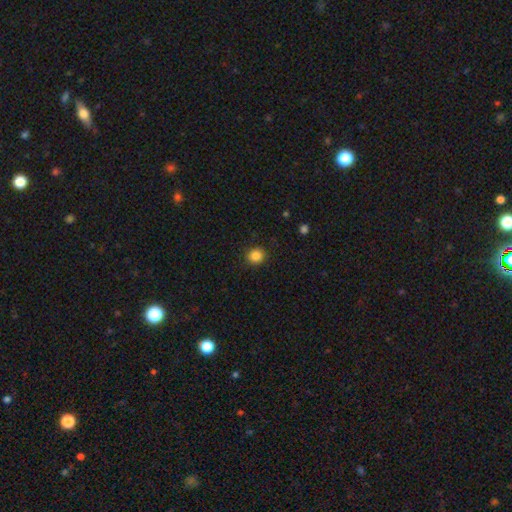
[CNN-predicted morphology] Smooth or featured: smooth — 85% (star or artifact — 11%)
How rounded: round — 90% (in between — 9%)
Merging: none — 89% (minor disturbance — 7%)